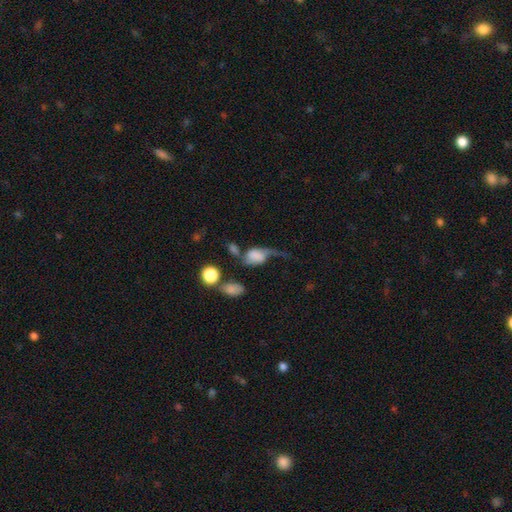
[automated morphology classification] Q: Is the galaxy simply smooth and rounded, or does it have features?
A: smooth — 53%.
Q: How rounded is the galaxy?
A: in between — 74%.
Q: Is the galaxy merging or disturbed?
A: major disturbance — 47%.